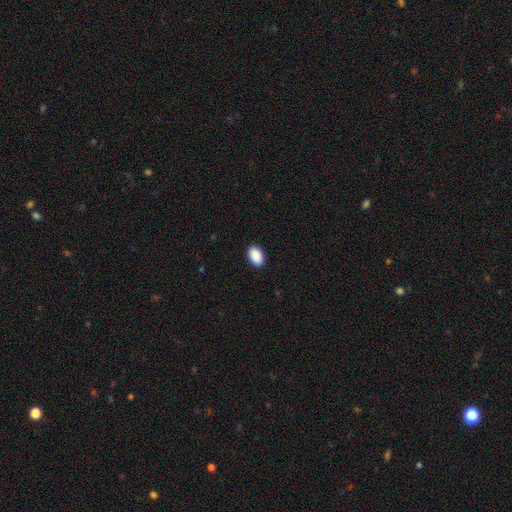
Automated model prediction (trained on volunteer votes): A smooth galaxy with no disk features (91%) that is in between round and cigar-shaped (90%).

Vote fractions:
- Smooth or featured? smooth: 91% / star or artifact: 7% / featured or disk: 2%
- How rounded? in between: 90% / round: 8% / cigar-shaped: 1%
- Merging? none: 90% / minor disturbance: 7% / major disturbance: 2% / merger: 1%